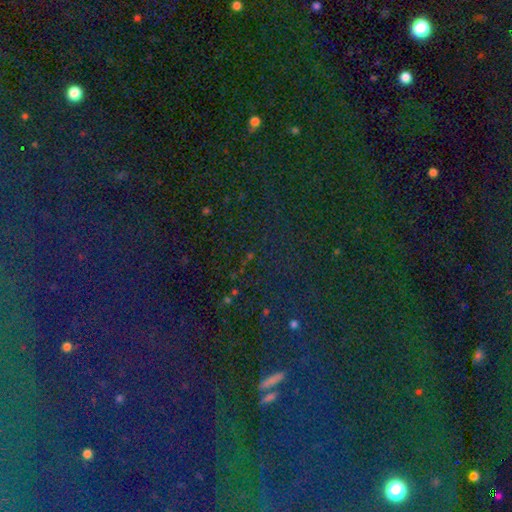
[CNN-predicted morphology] The model was most divided on "smooth or featured": star or artifact: 83%, smooth: 10%, featured or disk: 7%.